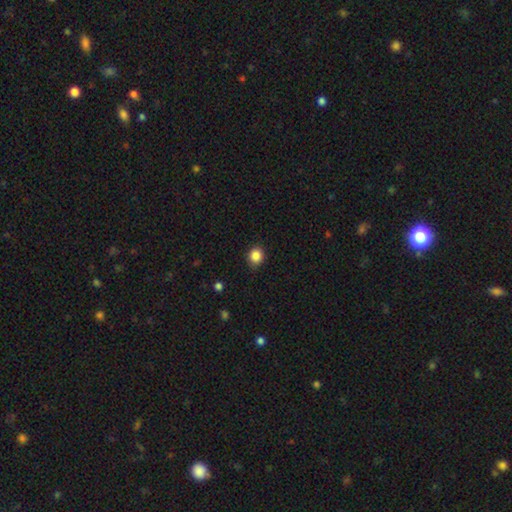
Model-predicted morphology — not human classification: Overall: smooth (86%). How rounded: round (80%). Merging: none (87%).